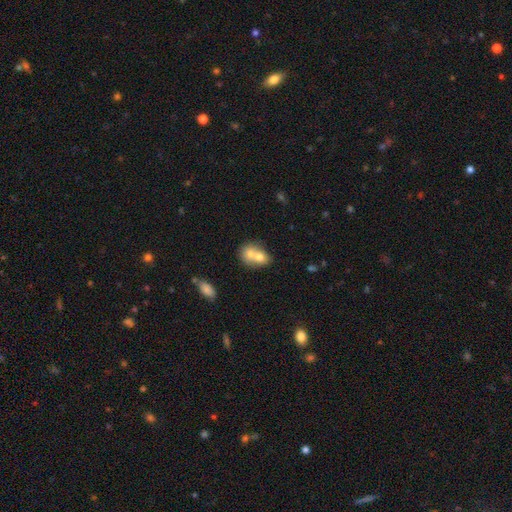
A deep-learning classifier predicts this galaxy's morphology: A smooth galaxy with no disk features (69%) that is in between round and cigar-shaped (54%). Merging: merger (72%).